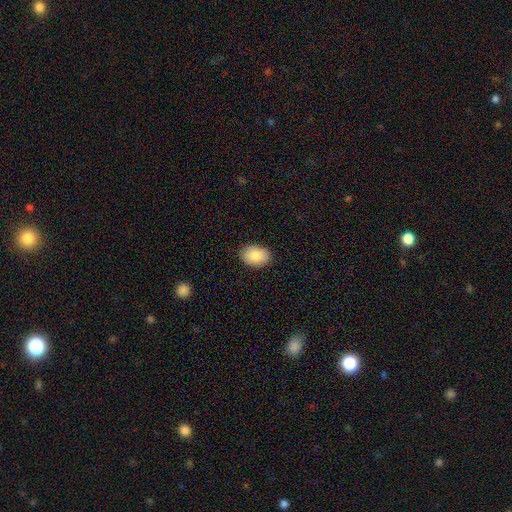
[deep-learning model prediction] Smooth or featured: smooth — 88% (star or artifact — 7%)
How rounded: in between — 85% (round — 14%)
Merging: none — 89% (minor disturbance — 8%)